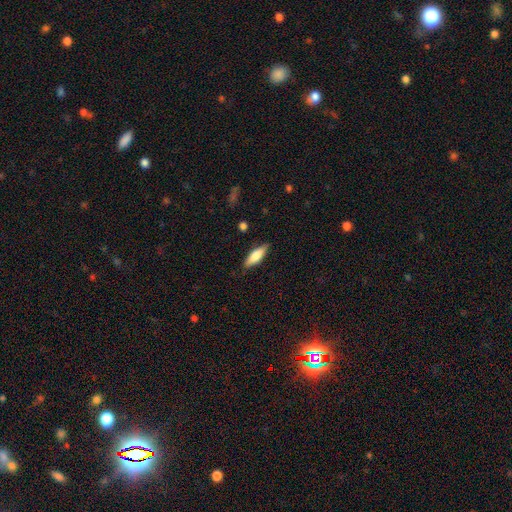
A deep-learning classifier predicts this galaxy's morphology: Smooth or featured? Predicted: smooth (p=0.72). How rounded? Predicted: in between (p=0.55). Merging? Predicted: none (p=0.84).